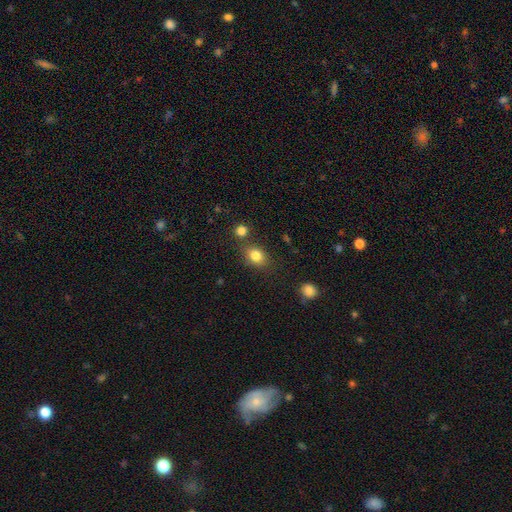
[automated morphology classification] Q: Smooth or featured?
A: smooth (82%); runner-up: star or artifact (11%)
Q: How rounded?
A: in between (55%); runner-up: round (44%)
Q: Merging?
A: none (72%); runner-up: minor disturbance (13%)